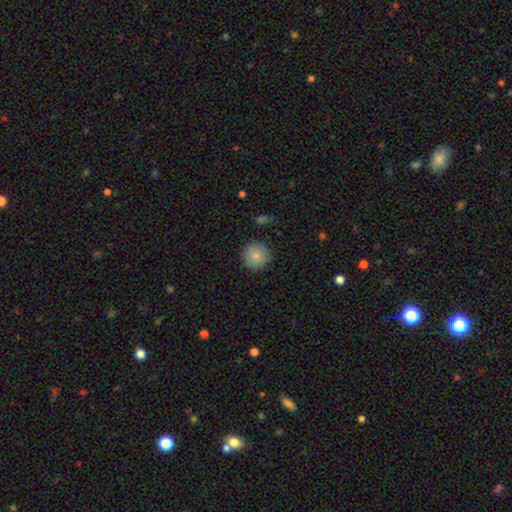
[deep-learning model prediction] Smooth or featured? smooth (84%)
How rounded? round (95%)
Merging? none (86%)